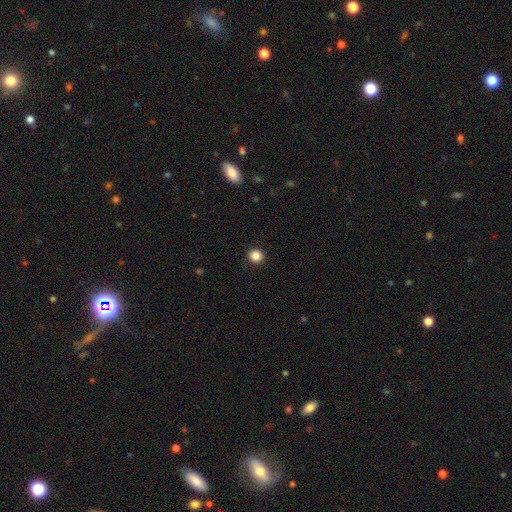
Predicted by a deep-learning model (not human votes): Smooth or featured? Predicted: smooth (p=0.86). How rounded? Predicted: round (p=0.90). Merging? Predicted: none (p=0.92).